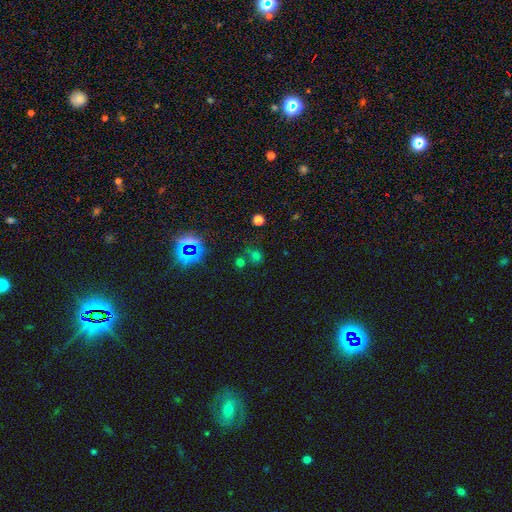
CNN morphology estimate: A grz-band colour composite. It shows a smooth galaxy with no disk features (50%). Merging: none (60%).